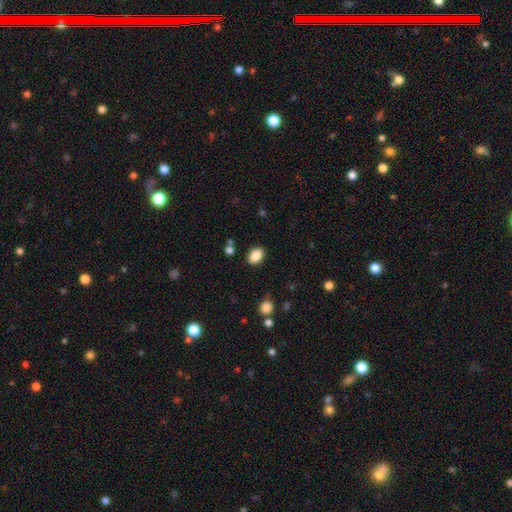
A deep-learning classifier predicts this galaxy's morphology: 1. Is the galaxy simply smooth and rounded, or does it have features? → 86% smooth, 9% star or artifact, 5% featured or disk.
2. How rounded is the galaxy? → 82% in between, 17% round, 1% cigar-shaped.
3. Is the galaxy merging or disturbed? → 86% none, 9% minor disturbance, 3% major disturbance, 2% merger.